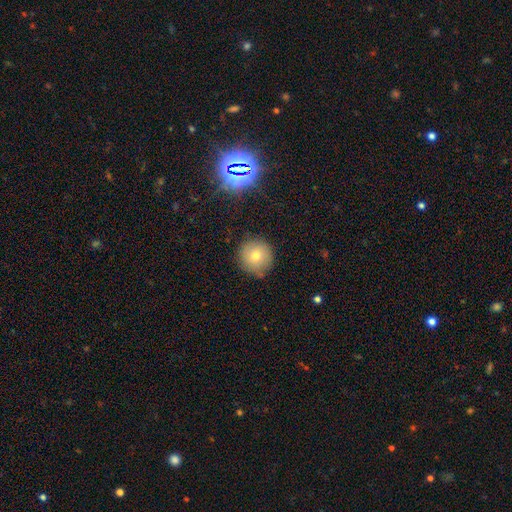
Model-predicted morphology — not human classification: Smooth or featured? Predicted: smooth (p=0.72). How rounded? Predicted: round (p=0.94). Merging? Predicted: none (p=0.84).